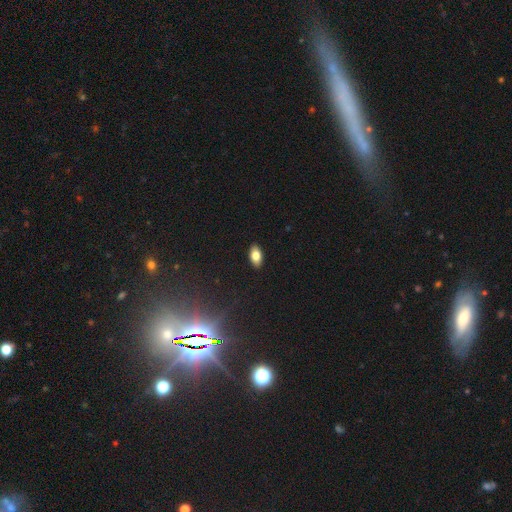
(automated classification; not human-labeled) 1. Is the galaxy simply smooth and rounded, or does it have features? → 79% smooth, 13% featured or disk, 8% star or artifact.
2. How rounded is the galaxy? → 92% in between, 4% round, 4% cigar-shaped.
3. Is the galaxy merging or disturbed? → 90% none, 7% minor disturbance, 2% major disturbance, 1% merger.